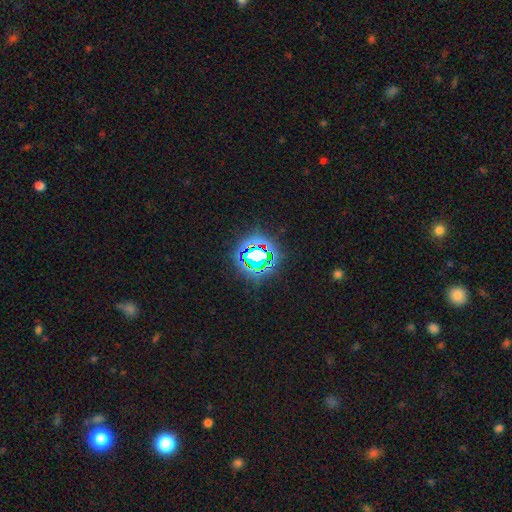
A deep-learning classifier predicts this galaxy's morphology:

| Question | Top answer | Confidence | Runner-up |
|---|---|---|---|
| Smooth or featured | star or artifact | 70% | smooth (19%) |